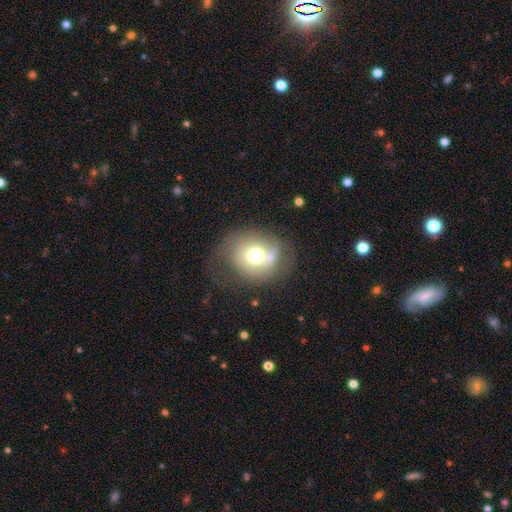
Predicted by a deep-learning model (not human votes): A smooth galaxy with no disk features (58%) that is round (75%).

Vote fractions:
- Smooth or featured? smooth: 58% / featured or disk: 30% / star or artifact: 12%
- How rounded? round: 75% / in between: 24% / cigar-shaped: 1%
- Merging? none: 42% / minor disturbance: 24% / major disturbance: 21% / merger: 13%